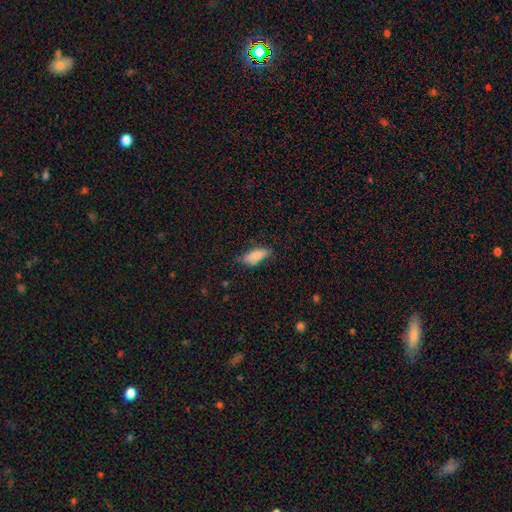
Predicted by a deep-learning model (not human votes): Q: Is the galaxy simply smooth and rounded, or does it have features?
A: smooth — 82%.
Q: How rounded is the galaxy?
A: in between — 72%.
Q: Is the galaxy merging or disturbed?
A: none — 66%.